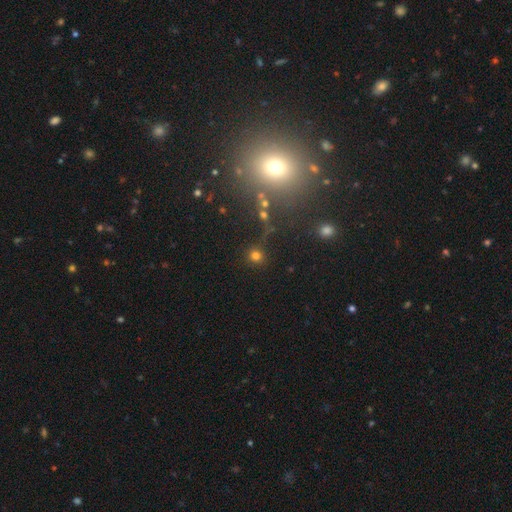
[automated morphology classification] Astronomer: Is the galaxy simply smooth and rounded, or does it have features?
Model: smooth — 74%.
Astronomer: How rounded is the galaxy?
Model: round — 92%.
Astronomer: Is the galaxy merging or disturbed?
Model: none — 83%.